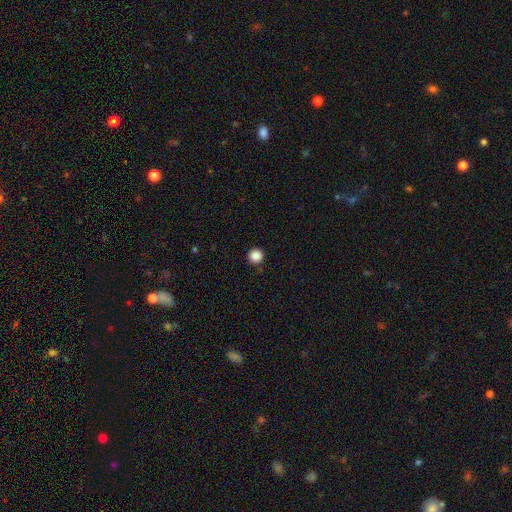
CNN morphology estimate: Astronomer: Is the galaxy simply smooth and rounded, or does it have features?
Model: smooth — 87%.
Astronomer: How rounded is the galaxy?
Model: round — 96%.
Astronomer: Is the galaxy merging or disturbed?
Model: none — 91%.